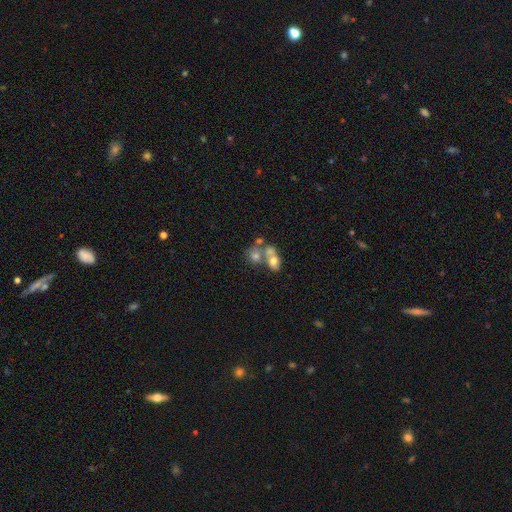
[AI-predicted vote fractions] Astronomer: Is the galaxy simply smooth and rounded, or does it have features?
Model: smooth — 45% (runner-up: featured or disk, 29%).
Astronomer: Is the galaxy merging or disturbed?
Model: merger — 47% (runner-up: none, 37%).